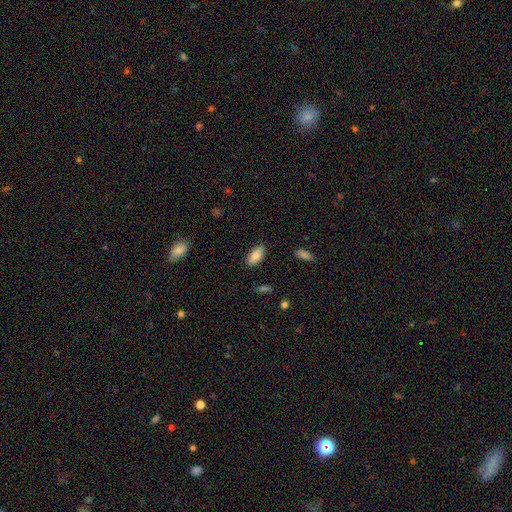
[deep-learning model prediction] Morphology: type=smooth (86%); roundness=in between (91%); merging=none (86%).